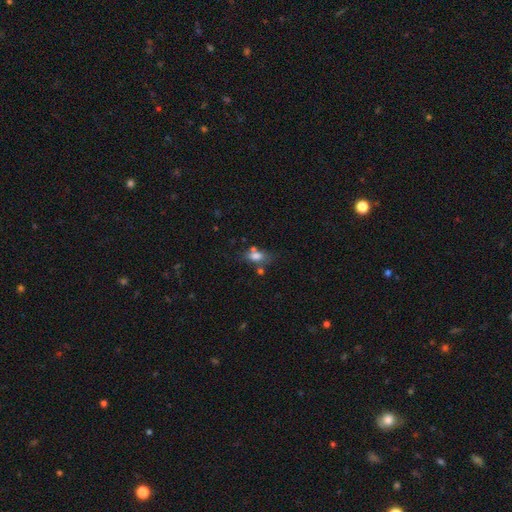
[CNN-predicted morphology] The model was most divided on "merging": none: 53%, merger: 20%, minor disturbance: 19%, major disturbance: 9%. More confident: how rounded — in between (79%); smooth or featured — smooth (72%).